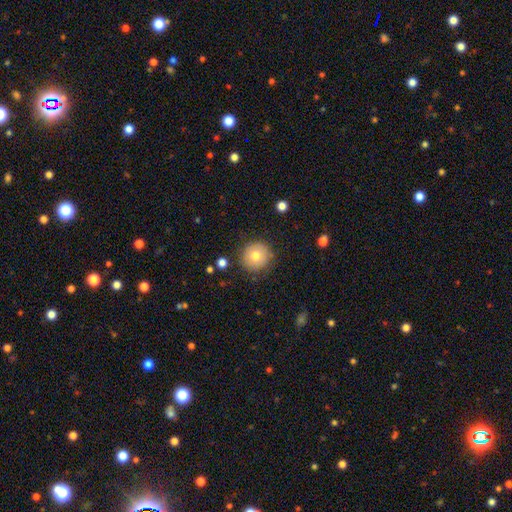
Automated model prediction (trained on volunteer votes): Smooth or featured?
  - smooth: 74% *
  - featured or disk: 16%
  - star or artifact: 10%
How rounded?
  - round: 94% *
  - in between: 5%
  - cigar-shaped: 1%
Merging?
  - none: 84% *
  - minor disturbance: 11%
  - major disturbance: 3%
  - merger: 2%